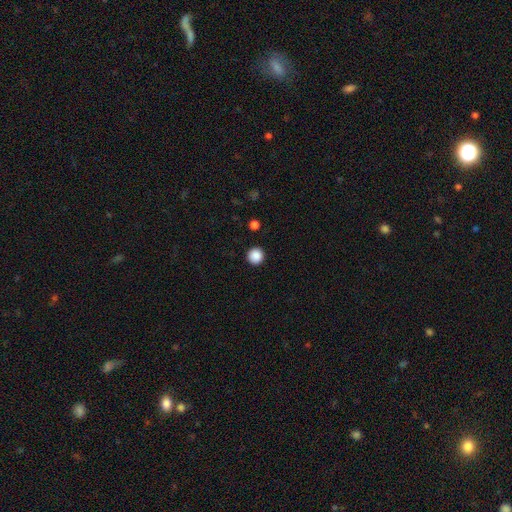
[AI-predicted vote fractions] This is clearly a smooth galaxy (88%). How rounded: clearly round (96%). Merging: clearly none (93%).